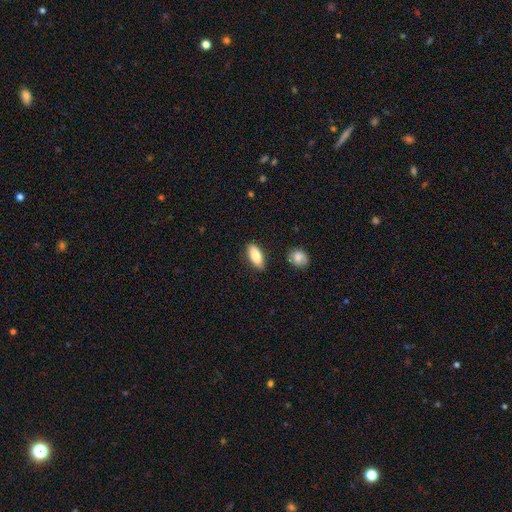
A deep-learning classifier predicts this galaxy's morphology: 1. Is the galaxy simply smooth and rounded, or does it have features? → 84% smooth, 9% featured or disk, 6% star or artifact.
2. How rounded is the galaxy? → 82% in between, 15% cigar-shaped, 2% round.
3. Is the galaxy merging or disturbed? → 85% none, 10% minor disturbance, 2% merger, 2% major disturbance.